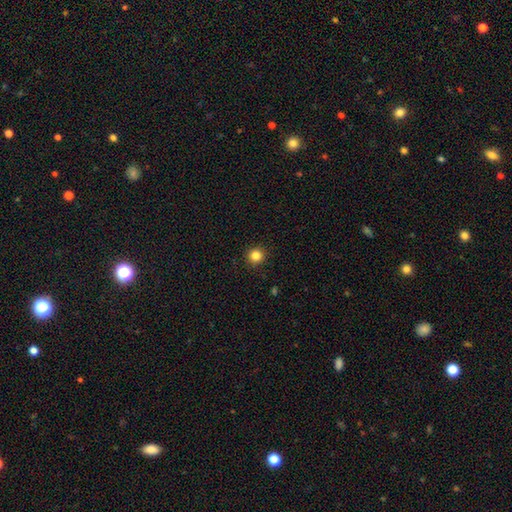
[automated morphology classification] This is clearly a smooth galaxy (83%). How rounded: clearly round (95%). Merging: clearly none (92%).